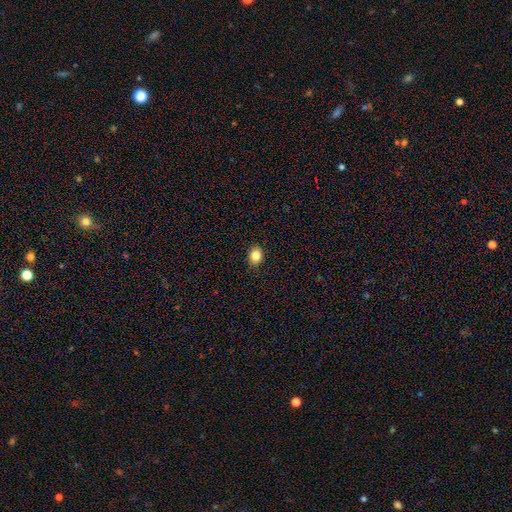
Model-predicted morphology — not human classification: smooth 84%, star or artifact 10%, featured or disk 5%. Down the decision tree: how rounded — round (50%); merging — none (89%).